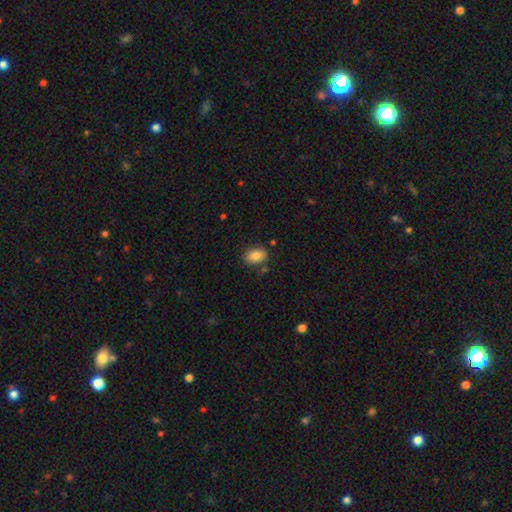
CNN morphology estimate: Smooth or featured? Predicted: smooth (p=0.83). How rounded? Predicted: in between (p=0.81). Merging? Predicted: none (p=0.80).